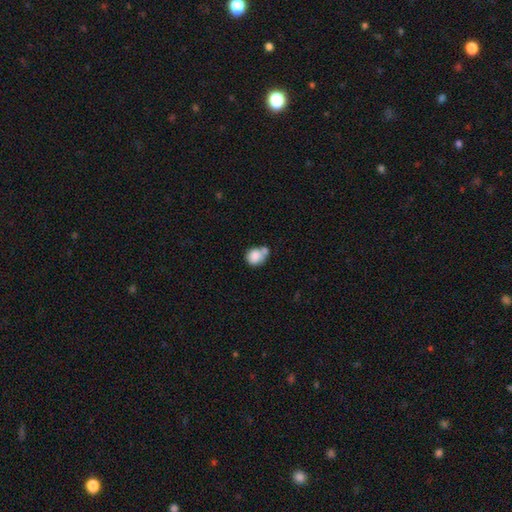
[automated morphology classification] Q: Smooth or featured?
A: smooth (83%); runner-up: featured or disk (9%)
Q: How rounded?
A: round (73%); runner-up: in between (26%)
Q: Merging?
A: merger (43%); runner-up: none (36%)